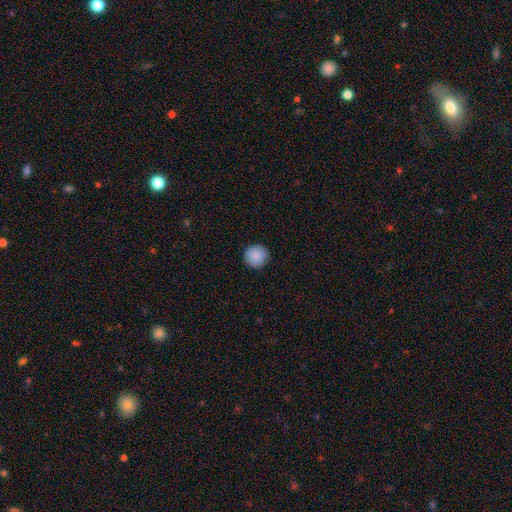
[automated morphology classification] This appears to be a smooth galaxy with no disk features (89%) that is round (95%). Merging: none (91%).